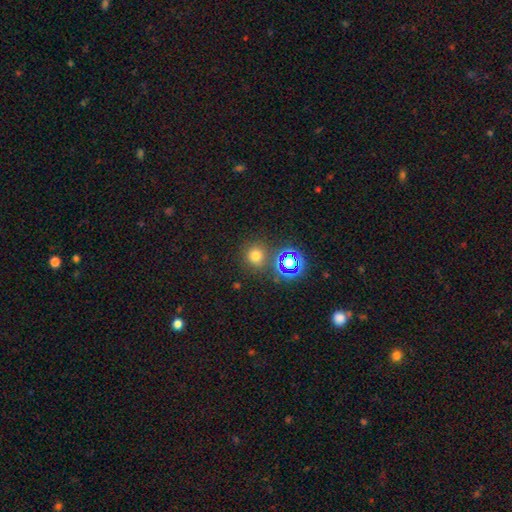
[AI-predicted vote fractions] smooth_or_featured: smooth (p=0.66) [alt: star or artifact p=0.27]
how_rounded: round (p=0.88) [alt: in between p=0.11]
merging: none (p=0.79) [alt: minor disturbance p=0.09]